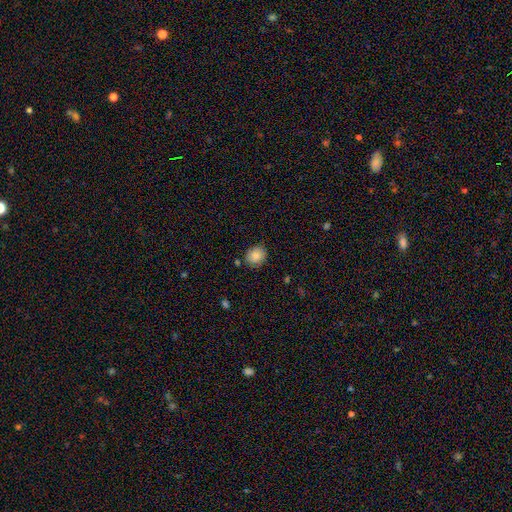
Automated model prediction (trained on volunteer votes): A smooth galaxy with no disk features (83%) that is round (66%).

Vote fractions:
- Smooth or featured? smooth: 83% / star or artifact: 9% / featured or disk: 8%
- How rounded? round: 66% / in between: 33% / cigar-shaped: 1%
- Merging? none: 81% / minor disturbance: 13% / merger: 3% / major disturbance: 3%